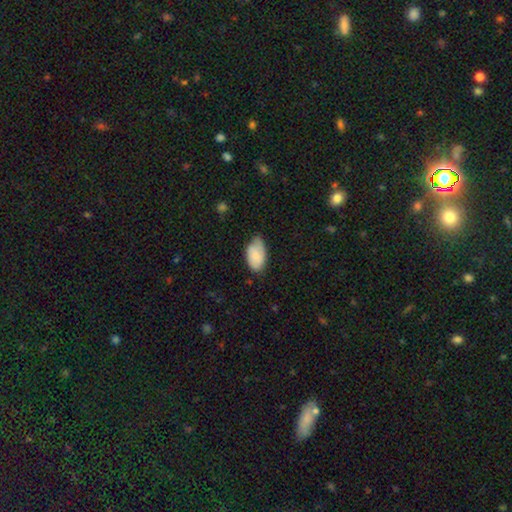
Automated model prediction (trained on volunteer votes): smooth 81%, featured or disk 13%, star or artifact 6%. Down the decision tree: how rounded — in between (95%); merging — none (61%).